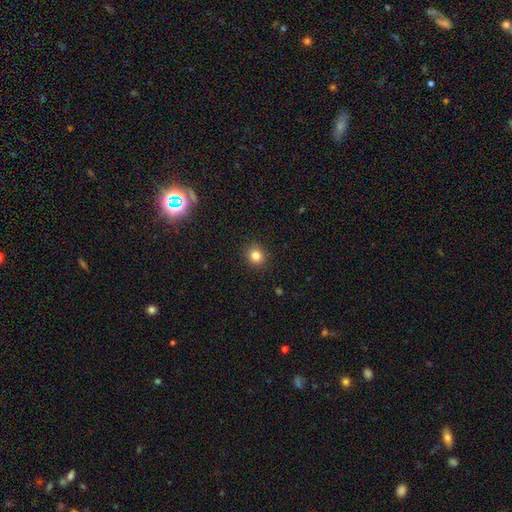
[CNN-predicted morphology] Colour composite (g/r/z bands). It shows a smooth galaxy with no disk features (82%) that is round (81%). Merging: none (90%).